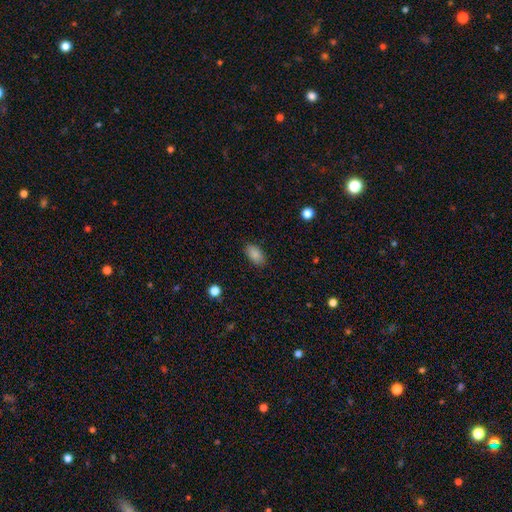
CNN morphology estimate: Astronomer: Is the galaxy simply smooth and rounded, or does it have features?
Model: smooth — 87%.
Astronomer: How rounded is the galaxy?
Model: in between — 92%.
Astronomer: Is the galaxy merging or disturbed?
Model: none — 87%.